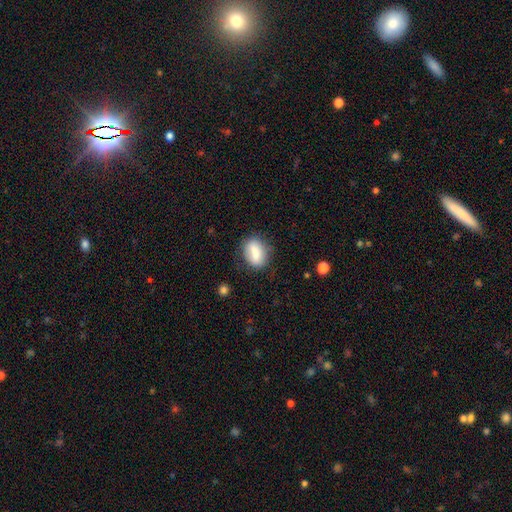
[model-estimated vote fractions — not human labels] A smooth galaxy with no disk features (76%) that is in between round and cigar-shaped (74%). Merging: none (76%).